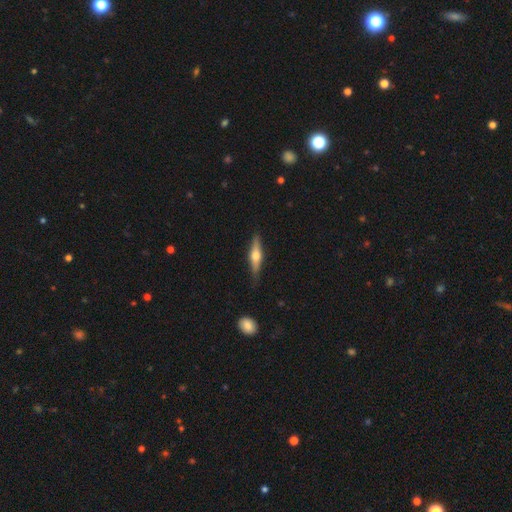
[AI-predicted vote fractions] This is possibly a featured or disk galaxy (59%). It is clearly viewed edge-on (95%). Edge-on bulge: clearly rounded (92%). Merging: clearly none (83%).